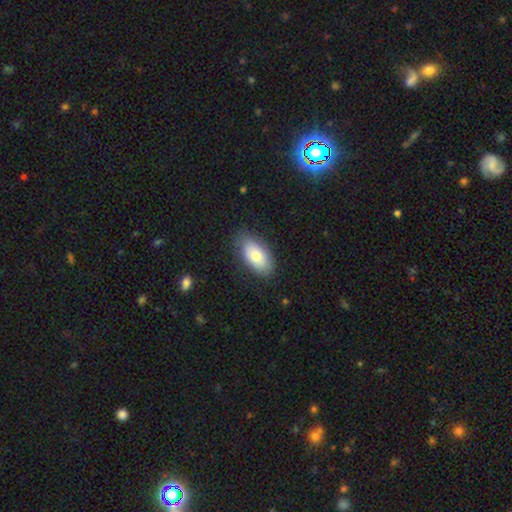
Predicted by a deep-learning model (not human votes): Smooth or featured?
  - smooth: 75% *
  - featured or disk: 18%
  - star or artifact: 6%
How rounded?
  - in between: 93% *
  - cigar-shaped: 4%
  - round: 3%
Merging?
  - none: 81% *
  - minor disturbance: 14%
  - major disturbance: 3%
  - merger: 1%